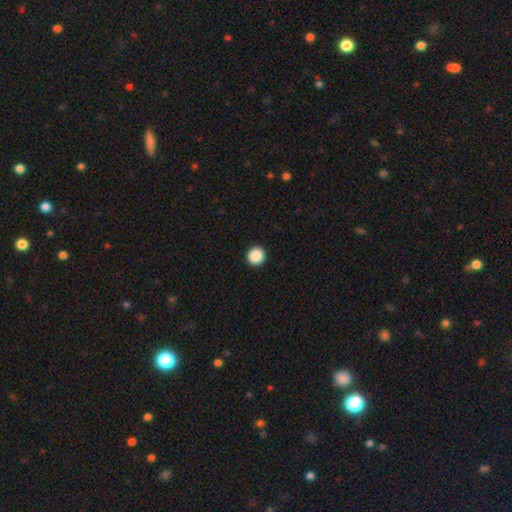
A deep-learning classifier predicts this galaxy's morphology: Smooth or featured? Predicted: smooth (p=0.89). How rounded? Predicted: round (p=0.94). Merging? Predicted: none (p=0.94).